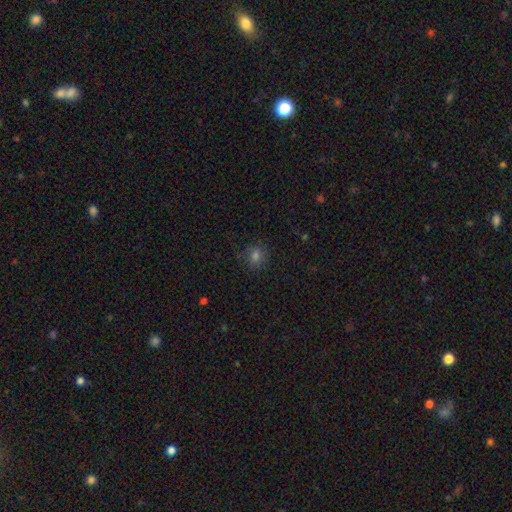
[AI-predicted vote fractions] Smooth or featured?
  - smooth: 73% *
  - star or artifact: 19%
  - featured or disk: 8%
How rounded?
  - round: 69% *
  - in between: 30%
  - cigar-shaped: 1%
Merging?
  - none: 81% *
  - minor disturbance: 13%
  - major disturbance: 4%
  - merger: 2%